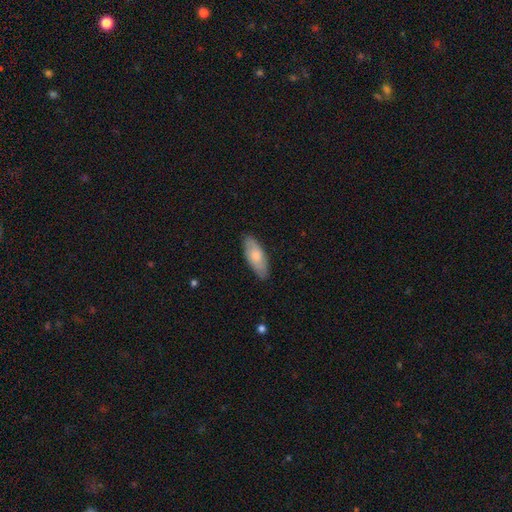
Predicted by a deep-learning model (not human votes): Smooth or featured: smooth — 73% (featured or disk — 22%)
How rounded: in between — 79% (cigar-shaped — 19%)
Merging: none — 82% (minor disturbance — 14%)